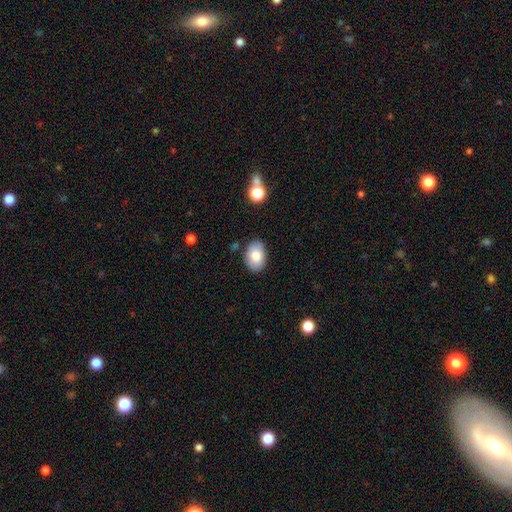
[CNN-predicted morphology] This appears to be a smooth galaxy with no disk features (81%) that is in between round and cigar-shaped (84%). Merging: none (84%).